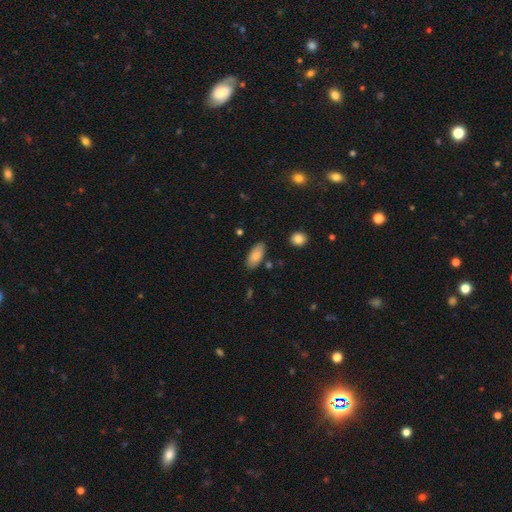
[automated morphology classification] Smooth or featured? smooth (84%)
How rounded? in between (90%)
Merging? none (82%)